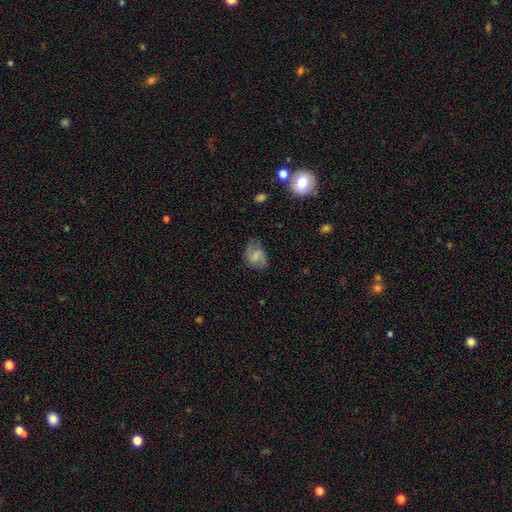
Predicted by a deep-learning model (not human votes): The model was most divided on "smooth or featured": featured or disk: 49%, smooth: 42%, star or artifact: 9%. More confident: merging — none (63%).